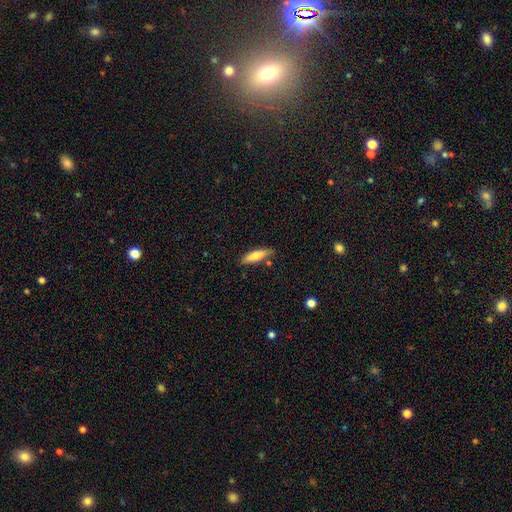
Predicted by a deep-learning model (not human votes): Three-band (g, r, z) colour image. It shows a smooth galaxy with no disk features (69%) that is cigar-shaped (60%). Merging: none (81%).